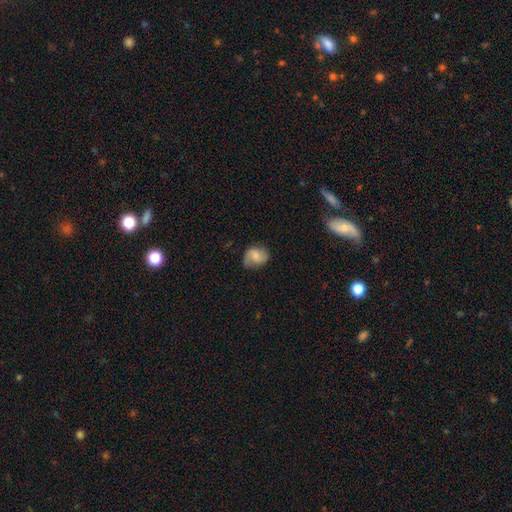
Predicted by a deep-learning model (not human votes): Smooth or featured?
  - smooth: 58% *
  - featured or disk: 34%
  - star or artifact: 8%
How rounded?
  - round: 54% *
  - in between: 45%
  - cigar-shaped: 1%
Merging?
  - none: 63% *
  - minor disturbance: 26%
  - major disturbance: 9%
  - merger: 1%